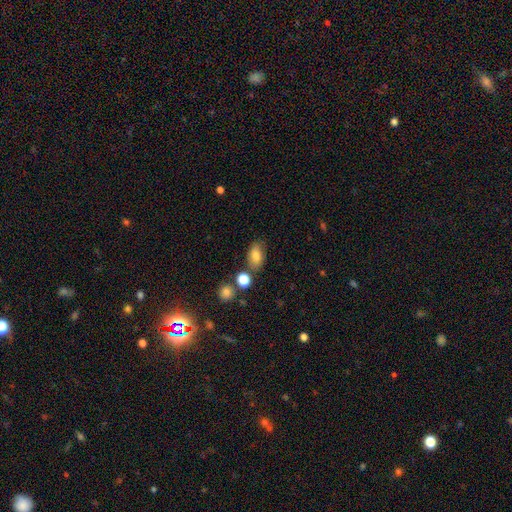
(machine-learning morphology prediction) Smooth or featured? Predicted: smooth (p=0.79). How rounded? Predicted: in between (p=0.86). Merging? Predicted: none (p=0.71).